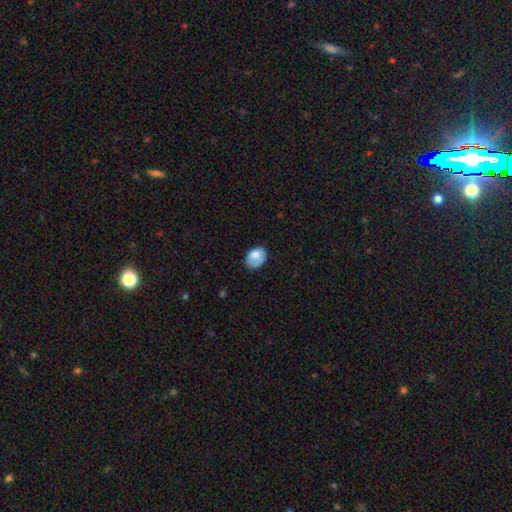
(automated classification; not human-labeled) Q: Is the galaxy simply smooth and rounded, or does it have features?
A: smooth — 78%.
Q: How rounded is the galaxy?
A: in between — 75%.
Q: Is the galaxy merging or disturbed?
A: none — 60%.